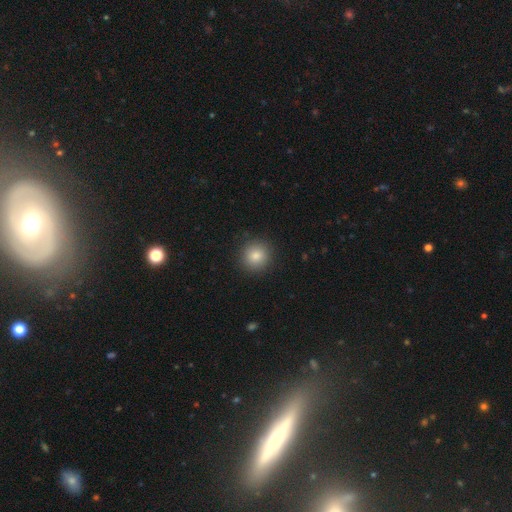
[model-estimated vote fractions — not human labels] A smooth galaxy with no disk features (84%) that is round (93%). Merging: none (91%).